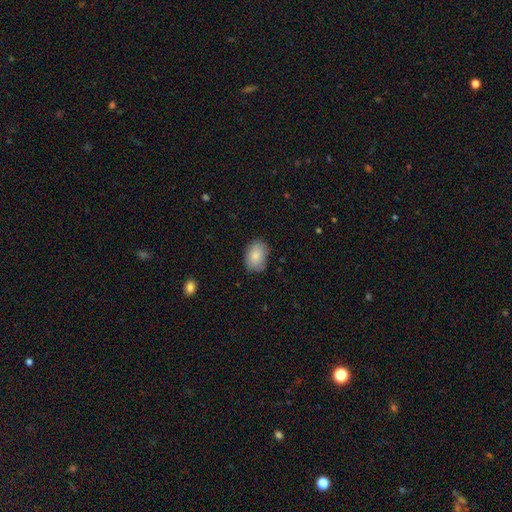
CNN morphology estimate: The model was most divided on "how rounded": in between: 78%, round: 21%, cigar-shaped: 1%. More confident: smooth or featured — smooth (84%); merging — none (79%).